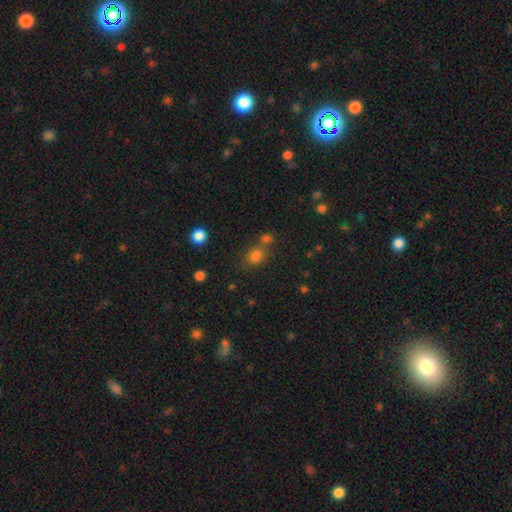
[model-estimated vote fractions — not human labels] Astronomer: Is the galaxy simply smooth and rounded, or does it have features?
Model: smooth — 78%.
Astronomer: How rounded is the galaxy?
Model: round — 57% (runner-up: in between, 42%).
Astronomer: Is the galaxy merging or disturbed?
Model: none — 55%.